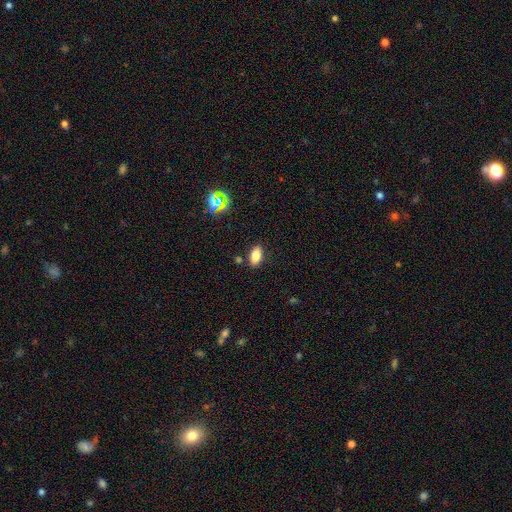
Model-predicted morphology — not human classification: Overall: smooth (81%). How rounded: in between (90%). Merging: none (84%).